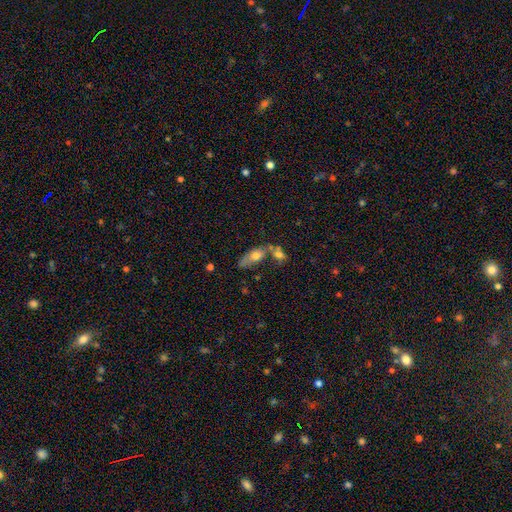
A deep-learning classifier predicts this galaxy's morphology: Q: Smooth or featured?
A: smooth (53%); runner-up: featured or disk (36%)
Q: How rounded?
A: in between (69%); runner-up: cigar-shaped (23%)
Q: Merging?
A: none (43%); runner-up: merger (38%)